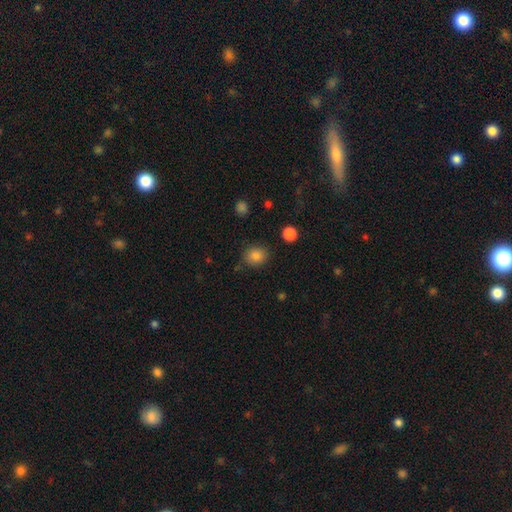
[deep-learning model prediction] Overall: smooth (84%). How rounded: round (68%; in between 32%). Merging: none (82%).